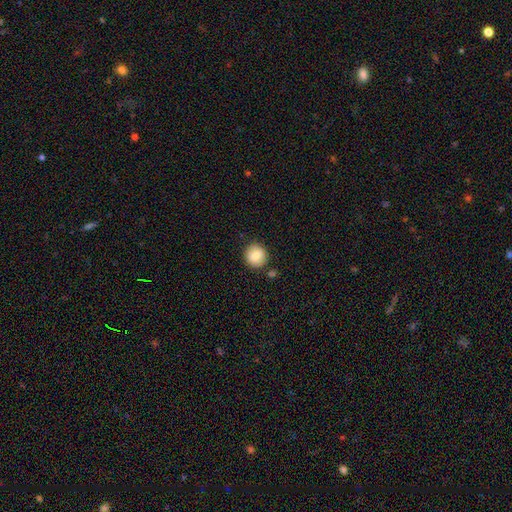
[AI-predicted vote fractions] smooth 85%, star or artifact 8%, featured or disk 7%. Down the decision tree: how rounded — round (91%); merging — none (86%).